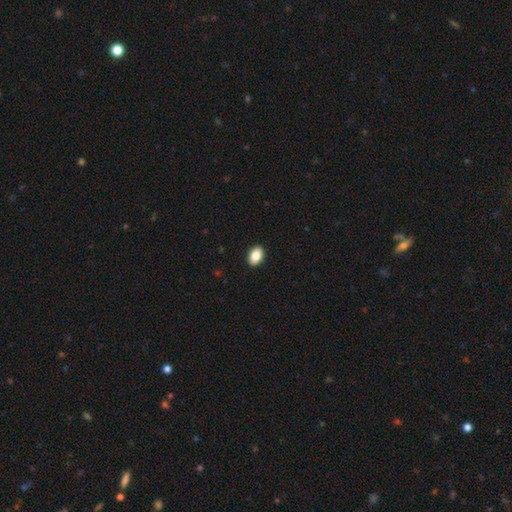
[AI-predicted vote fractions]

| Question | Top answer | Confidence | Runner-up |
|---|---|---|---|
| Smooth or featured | smooth | 85% | featured or disk (8%) |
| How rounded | in between | 87% | round (11%) |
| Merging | none | 91% | minor disturbance (6%) |